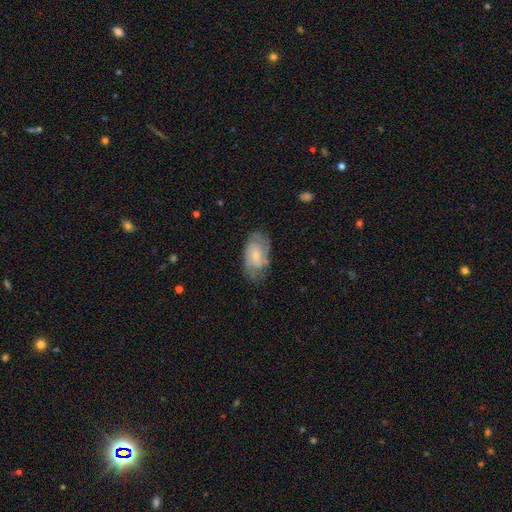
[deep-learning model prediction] Smooth or featured? featured or disk (57%)
Edge-on disk? no (95%)
Bar? no (64%)
Spiral arms? yes (80%)
Bulge size? small (63%)
Merging? none (65%)